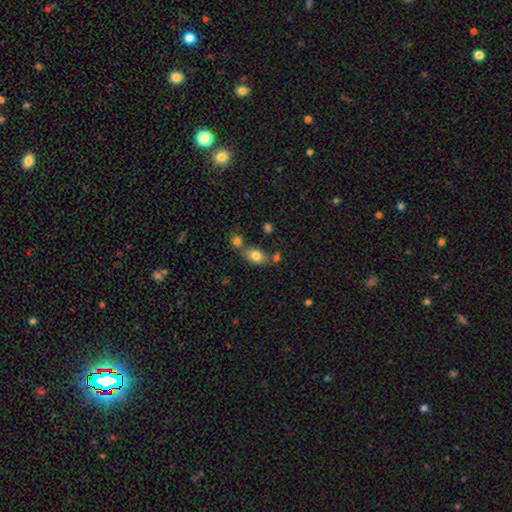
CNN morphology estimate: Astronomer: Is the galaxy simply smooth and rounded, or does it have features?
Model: smooth — 80%.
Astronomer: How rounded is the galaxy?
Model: in between — 75%.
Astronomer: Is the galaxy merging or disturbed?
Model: none — 54%.